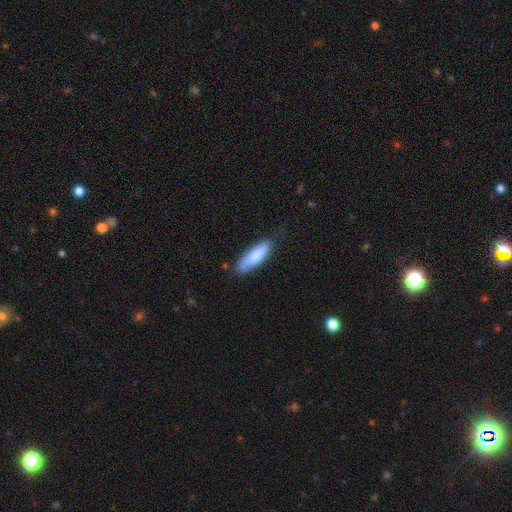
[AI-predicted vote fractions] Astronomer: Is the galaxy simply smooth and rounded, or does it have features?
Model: smooth — 77%.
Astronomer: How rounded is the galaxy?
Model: cigar-shaped — 52% (runner-up: in between, 46%).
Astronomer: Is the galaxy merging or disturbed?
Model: none — 71%.